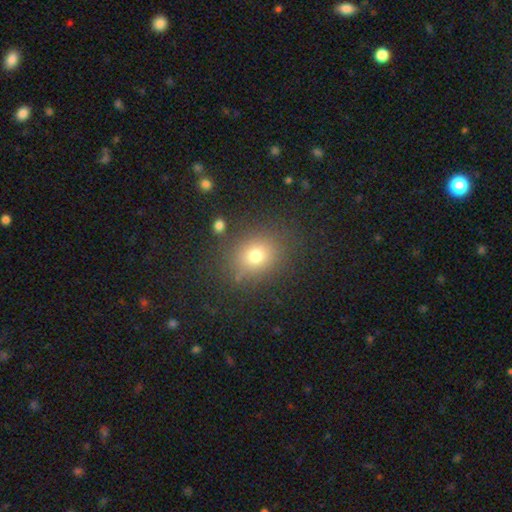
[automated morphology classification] The model was most divided on "how rounded": round: 67%, in between: 32%, cigar-shaped: 1%. More confident: merging — none (83%); smooth or featured — smooth (74%).